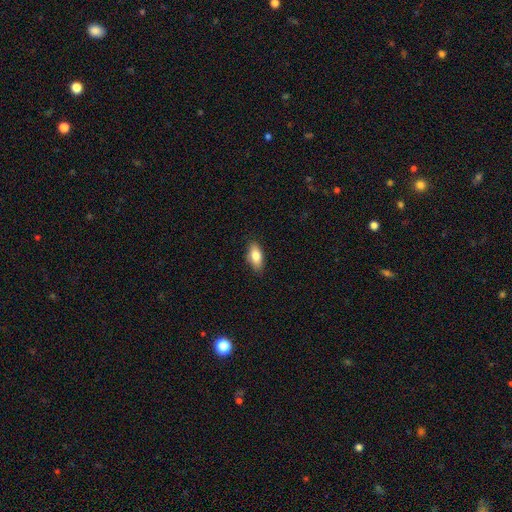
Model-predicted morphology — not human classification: type=smooth (79%); roundness=in between (86%); merging=none (85%).